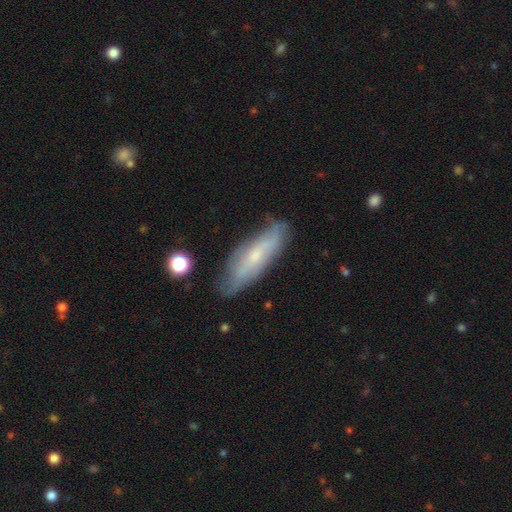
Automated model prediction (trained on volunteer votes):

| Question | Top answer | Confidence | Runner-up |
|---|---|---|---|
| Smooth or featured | featured or disk | 51% | smooth (42%) |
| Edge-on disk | no | 58% | yes (42%) |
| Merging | none | 71% | minor disturbance (22%) |